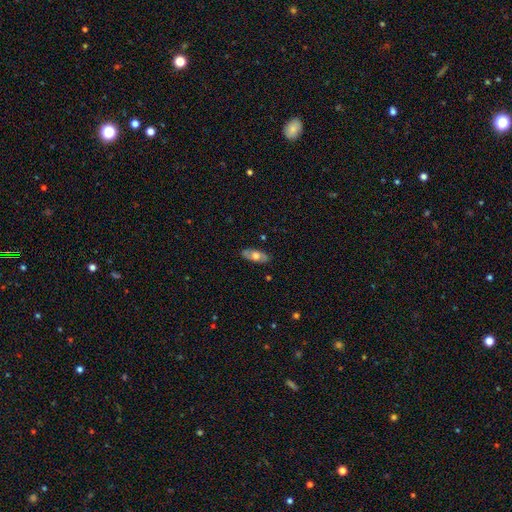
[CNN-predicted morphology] Smooth or featured: smooth — 54% (featured or disk — 40%)
How rounded: in between — 83% (cigar-shaped — 13%)
Merging: none — 86% (minor disturbance — 11%)